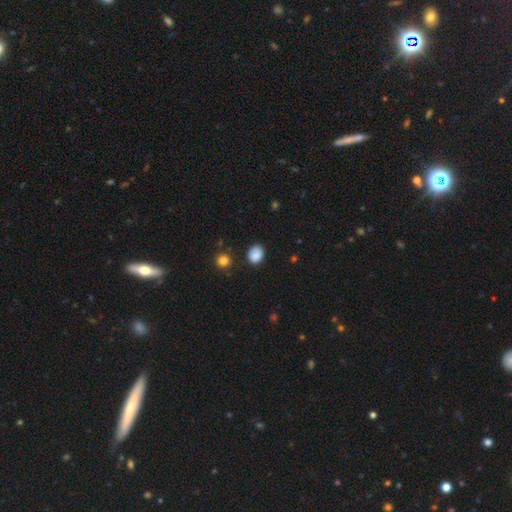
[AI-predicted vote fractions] smooth_or_featured: smooth (p=0.84) [alt: star or artifact p=0.10]
how_rounded: round (p=0.50) [alt: in between p=0.49]
merging: none (p=0.74) [alt: minor disturbance p=0.19]